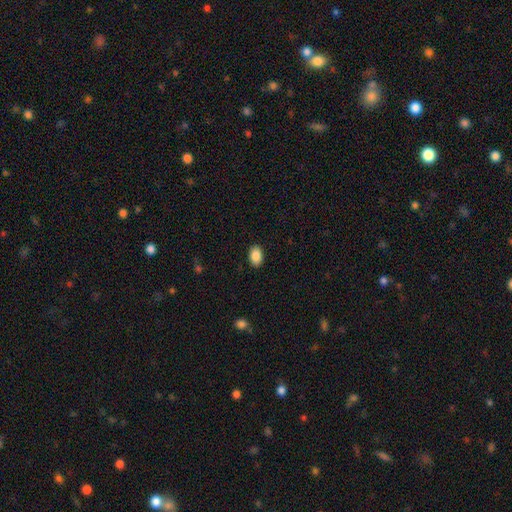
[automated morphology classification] Overall: smooth (89%). How rounded: in between (89%). Merging: none (89%).